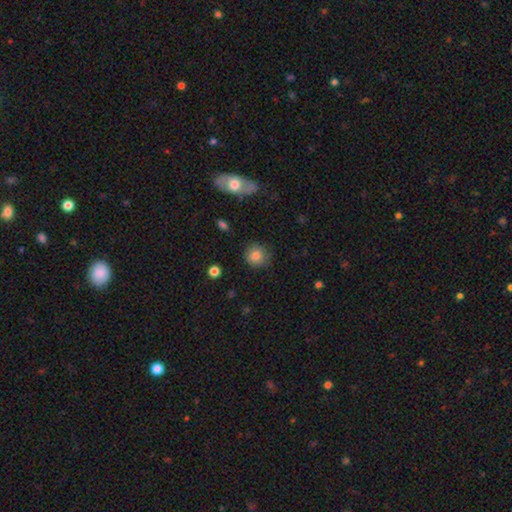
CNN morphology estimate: A smooth galaxy with no disk features (83%) that is round (89%). Merging: none (83%).